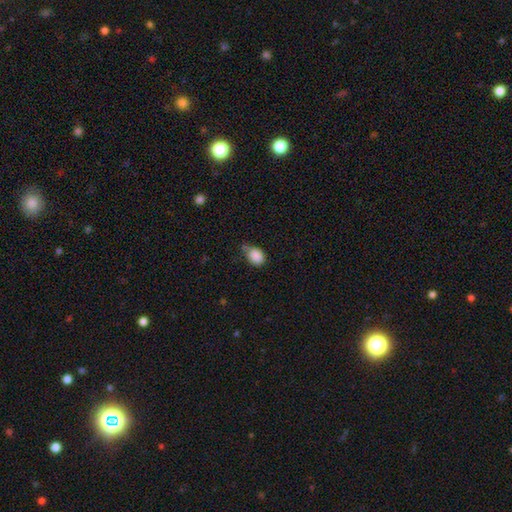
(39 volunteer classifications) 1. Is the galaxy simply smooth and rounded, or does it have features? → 95% smooth, 3% featured or disk, 3% star or artifact.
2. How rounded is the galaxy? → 57% in between, 43% round, 0% cigar-shaped.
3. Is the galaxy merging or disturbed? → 50% minor disturbance, 34% none, 11% major disturbance, 5% merger.